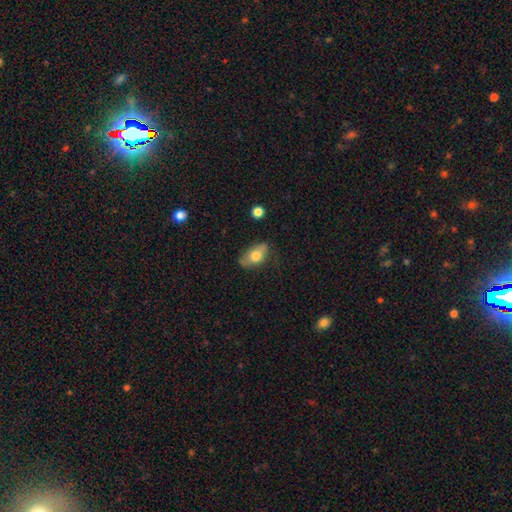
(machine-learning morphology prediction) Smooth or featured? Predicted: smooth (p=0.68). How rounded? Predicted: in between (p=0.88). Merging? Predicted: none (p=0.67).